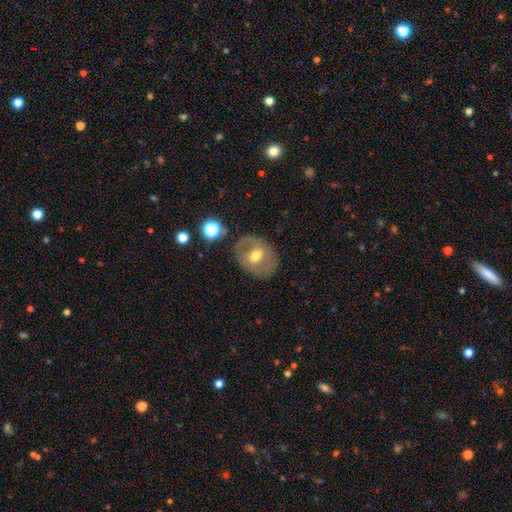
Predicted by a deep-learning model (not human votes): Overall: featured or disk (52%; smooth 39%). Edge-on disk: no (93%). Merging: none (79%).